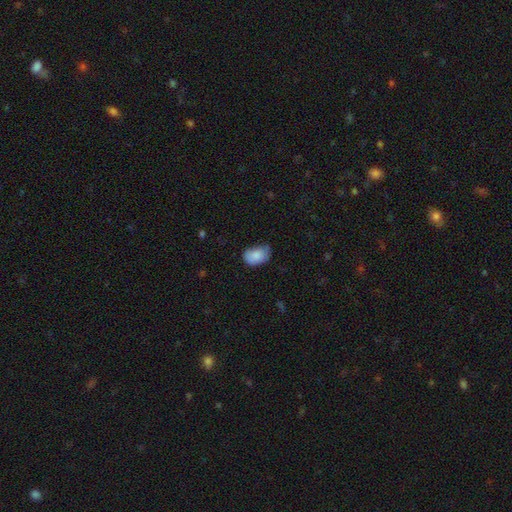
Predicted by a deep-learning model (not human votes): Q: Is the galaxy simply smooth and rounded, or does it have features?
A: smooth — 82%.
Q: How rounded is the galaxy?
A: in between — 85%.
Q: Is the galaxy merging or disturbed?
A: none — 51%.